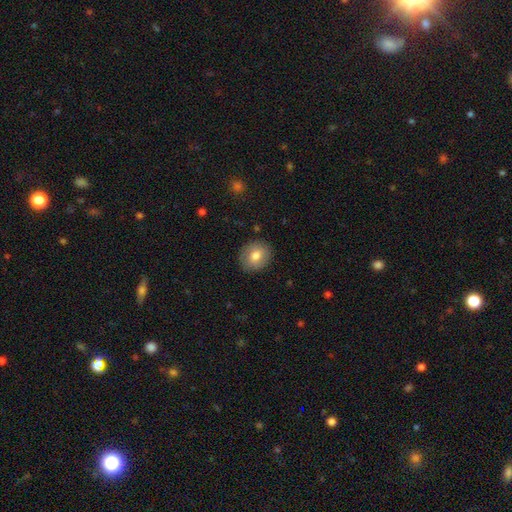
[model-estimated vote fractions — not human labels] Morphology: type=smooth (76%); roundness=round (73%); merging=none (87%).